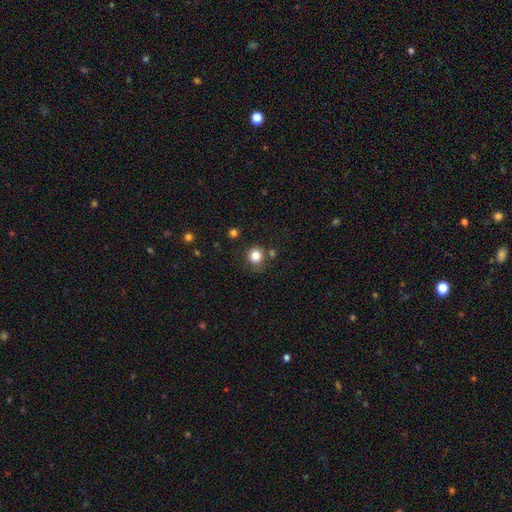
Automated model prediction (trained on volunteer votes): This appears to be a smooth galaxy with no disk features (83%) that is round (87%). Merging: none (75%).